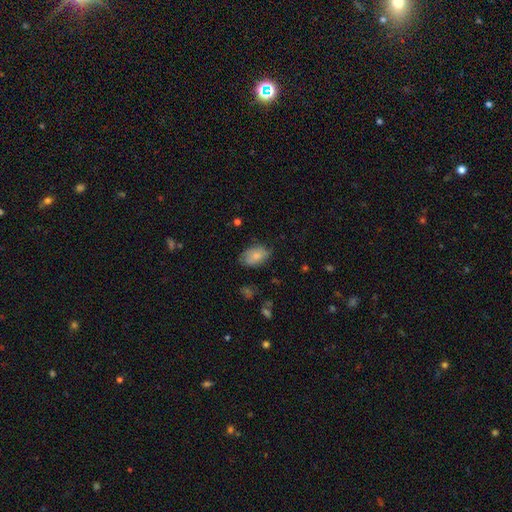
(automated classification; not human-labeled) Smooth or featured? smooth (78%)
How rounded? in between (90%)
Merging? none (68%)